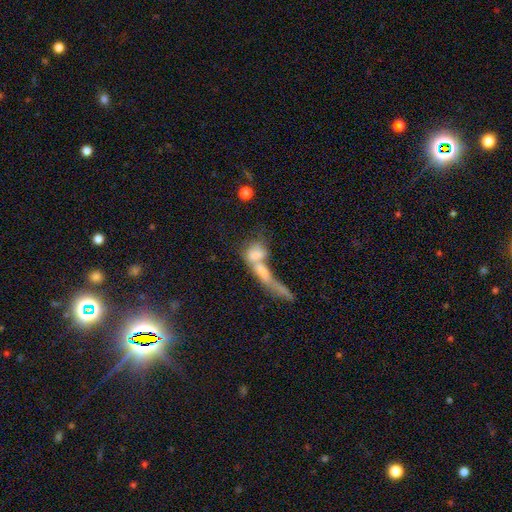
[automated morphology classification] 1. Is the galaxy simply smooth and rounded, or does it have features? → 48% smooth, 38% featured or disk, 14% star or artifact.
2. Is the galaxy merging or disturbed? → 63% merger, 16% major disturbance, 14% none, 7% minor disturbance.